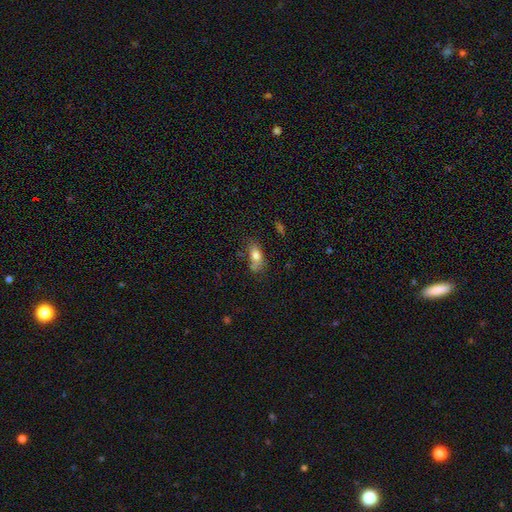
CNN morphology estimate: Smooth or featured: smooth — 77% (featured or disk — 14%)
How rounded: in between — 83% (cigar-shaped — 9%)
Merging: none — 52% (minor disturbance — 28%)